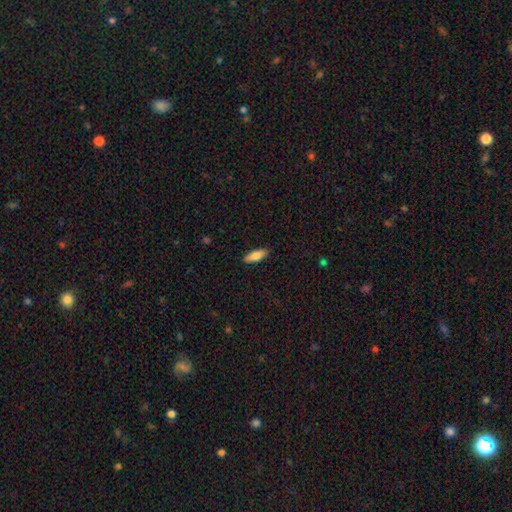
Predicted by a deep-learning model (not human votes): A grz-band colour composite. It shows a smooth galaxy with no disk features (80%) that is in between round and cigar-shaped (67%). Merging: none (89%).